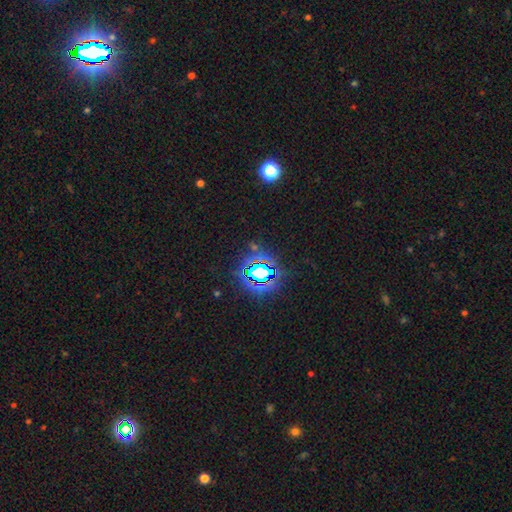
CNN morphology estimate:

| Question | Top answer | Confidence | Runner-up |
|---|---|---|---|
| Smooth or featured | star or artifact | 80% | smooth (13%) |